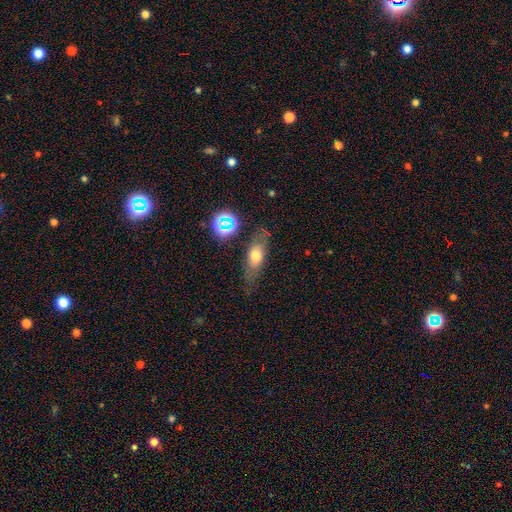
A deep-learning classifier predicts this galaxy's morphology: A smooth galaxy with no disk features (59%) that is in between round and cigar-shaped (61%). Merging: none (68%).